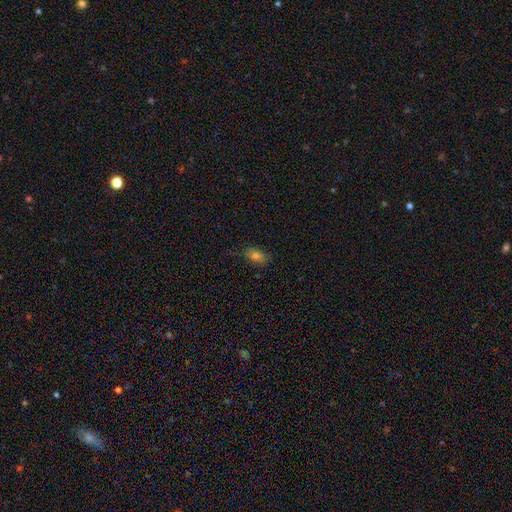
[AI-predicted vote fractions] Overall: smooth (70%). How rounded: in between (83%). Merging: none (72%).